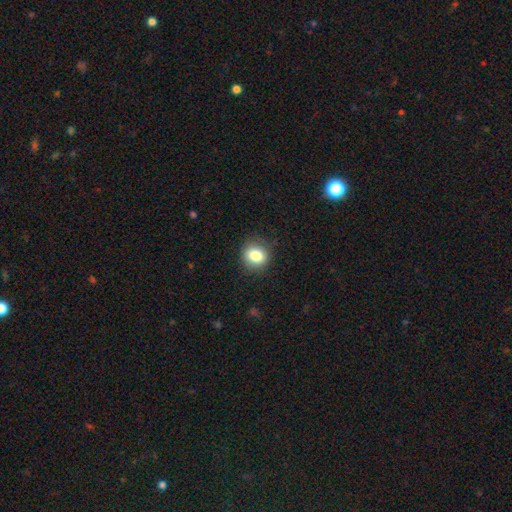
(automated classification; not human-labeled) A smooth galaxy with no disk features (83%) that is round (74%). Merging: none (87%).